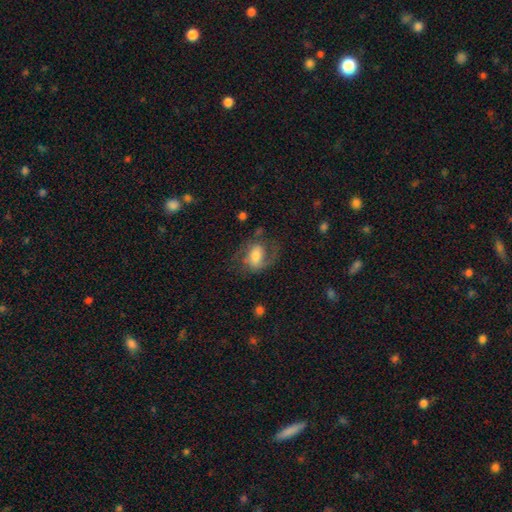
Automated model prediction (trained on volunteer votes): A featured or disk galaxy (58%) with a weak bar (44%), spiral arms (83%) and a moderate central bulge (49%).

Vote fractions:
- Smooth or featured? featured or disk: 58% / smooth: 34% / star or artifact: 8%
- Edge-on disk? no: 96% / yes: 4%
- Bar? weak: 44% / no: 34% / strong: 22%
- Spiral arms? yes: 83% / no: 17%
- Bulge size? moderate: 49% / large: 24% / small: 19% / none: 4% / dominant: 3%
- Merging? none: 52% / major disturbance: 25% / minor disturbance: 21% / merger: 2%